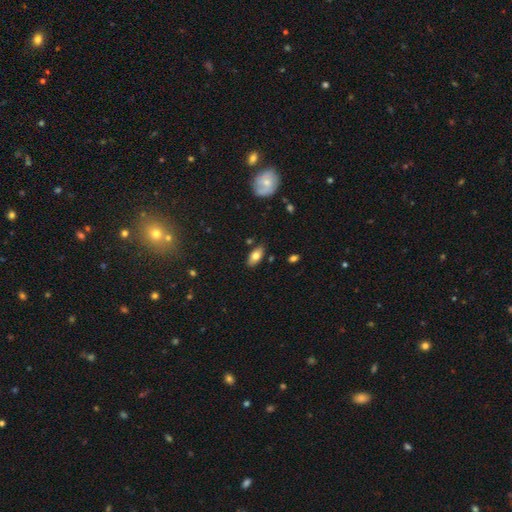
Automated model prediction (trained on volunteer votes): Q: Smooth or featured?
A: smooth (76%); runner-up: featured or disk (16%)
Q: How rounded?
A: in between (90%); runner-up: cigar-shaped (7%)
Q: Merging?
A: none (82%); runner-up: minor disturbance (13%)